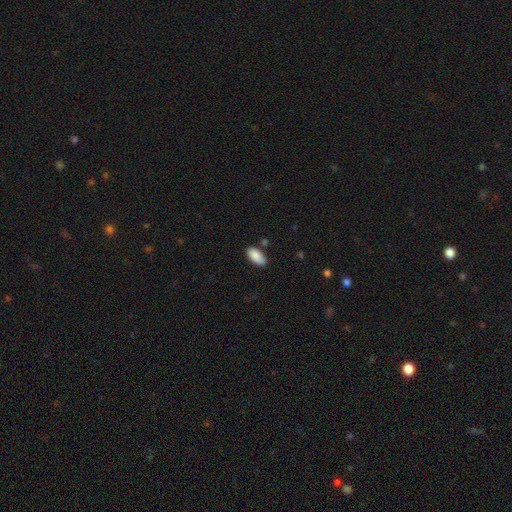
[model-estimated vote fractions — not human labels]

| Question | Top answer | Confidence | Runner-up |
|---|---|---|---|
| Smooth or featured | smooth | 89% | star or artifact (6%) |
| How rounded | in between | 93% | cigar-shaped (5%) |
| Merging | none | 81% | minor disturbance (13%) |